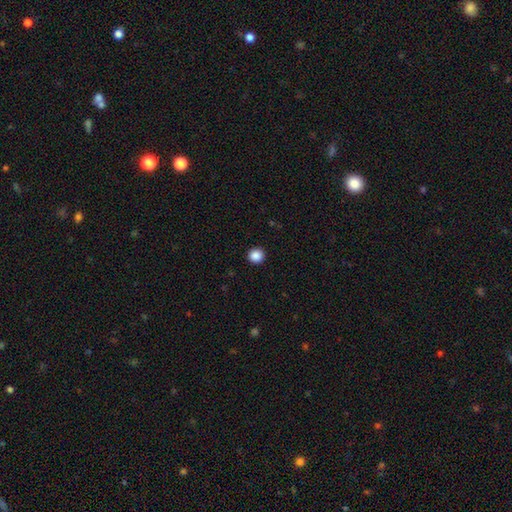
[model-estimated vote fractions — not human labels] Morphology: type=smooth (88%); roundness=round (94%); merging=none (93%).